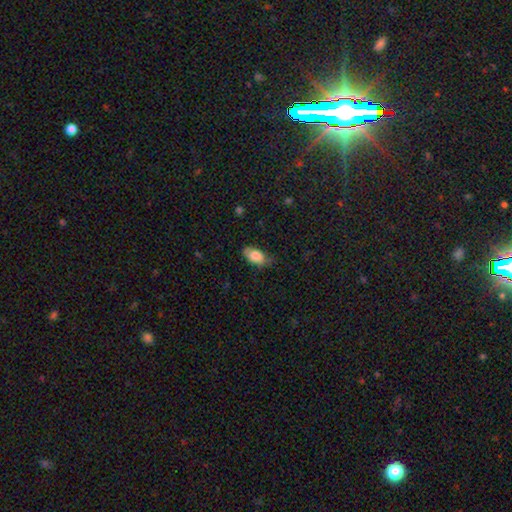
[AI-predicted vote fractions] smooth 82%, featured or disk 10%, star or artifact 7%. Down the decision tree: how rounded — in between (92%); merging — none (60%).